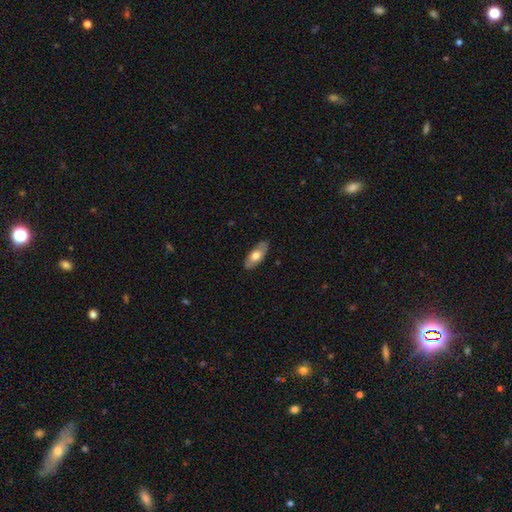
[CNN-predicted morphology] This appears to be a smooth galaxy with no disk features (62%) that is in between round and cigar-shaped (86%). Merging: none (84%).